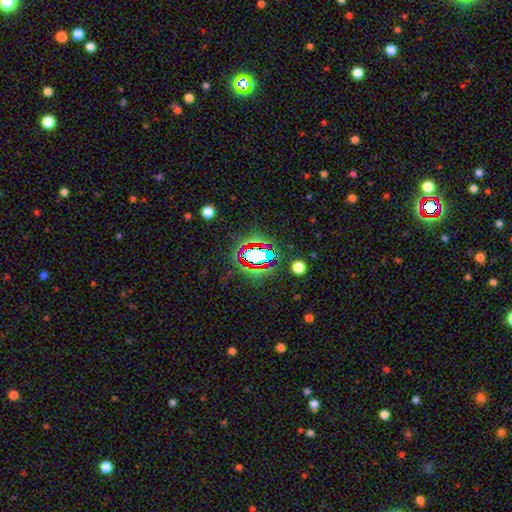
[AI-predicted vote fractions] The model was most divided on "smooth or featured": star or artifact: 61%, smooth: 25%, featured or disk: 15%.